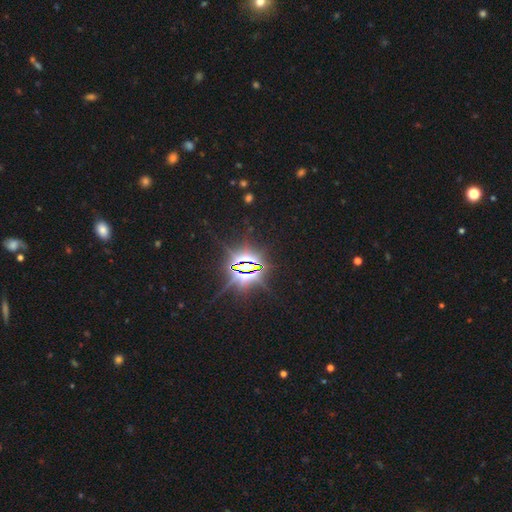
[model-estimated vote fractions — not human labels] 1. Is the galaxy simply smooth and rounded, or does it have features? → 85% star or artifact, 7% smooth, 7% featured or disk.